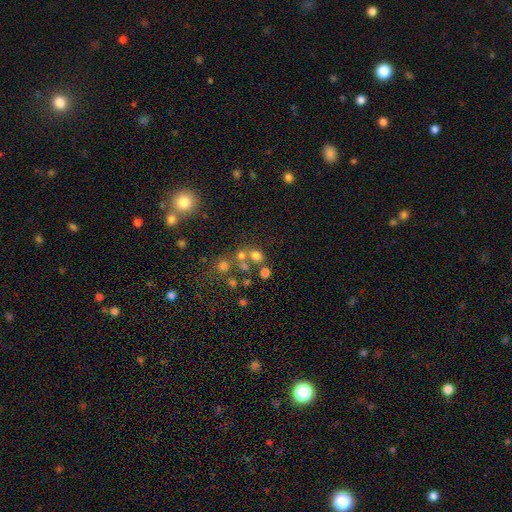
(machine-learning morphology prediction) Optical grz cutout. It shows a smooth galaxy with no disk features (66%) that is round (64%). Merging: none (51%).